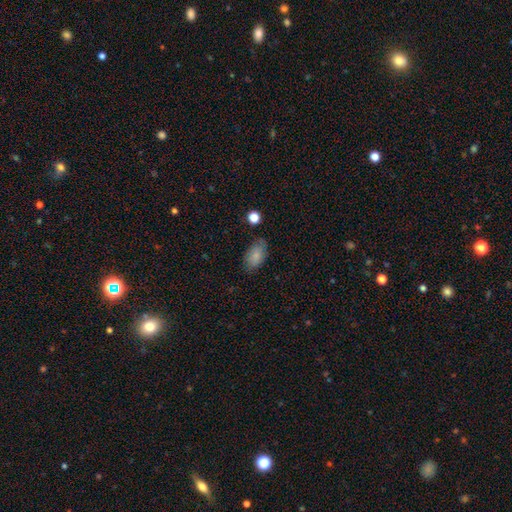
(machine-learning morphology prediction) smooth-or-featured: smooth: 84% | featured or disk: 9% | star or artifact: 8%
  how-rounded: in between: 93% | round: 5% | cigar-shaped: 2%
  merging: none: 75% | minor disturbance: 18% | major disturbance: 4% | merger: 2%